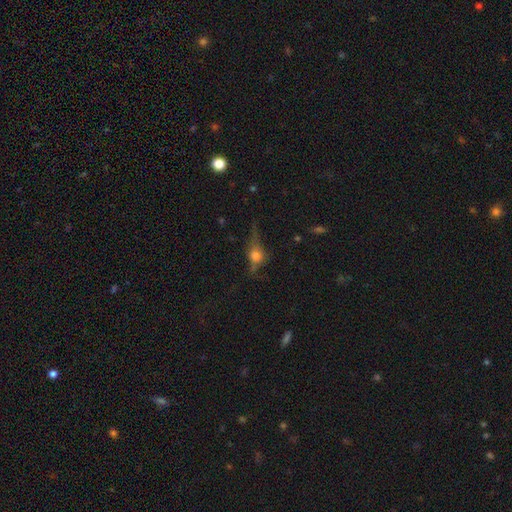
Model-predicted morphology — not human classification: Smooth or featured? smooth (45%)
Merging? none (54%)